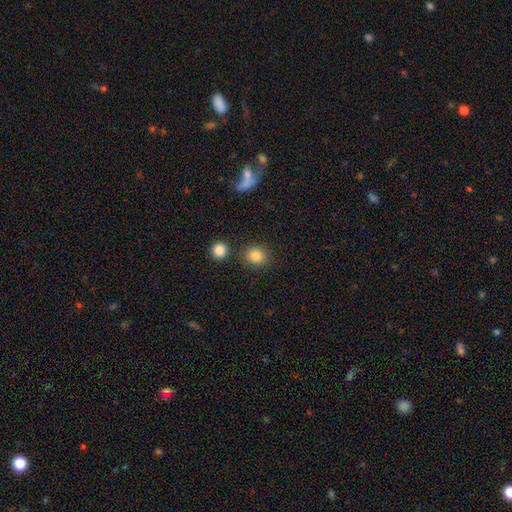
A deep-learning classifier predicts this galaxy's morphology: Smooth or featured?
  - smooth: 84% *
  - star or artifact: 11%
  - featured or disk: 5%
How rounded?
  - round: 83% *
  - in between: 16%
  - cigar-shaped: 1%
Merging?
  - none: 84% *
  - minor disturbance: 8%
  - merger: 6%
  - major disturbance: 3%